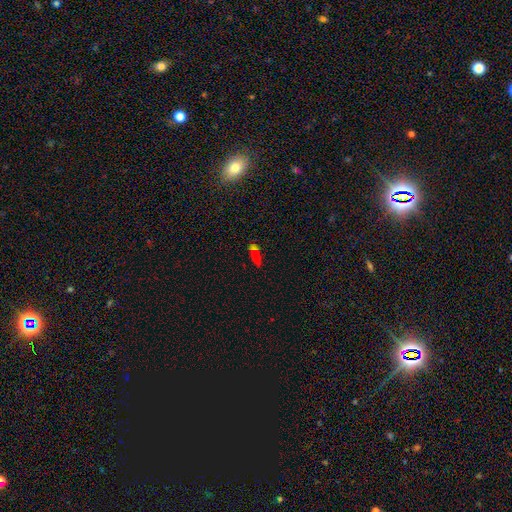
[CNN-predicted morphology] Smooth or featured? smooth (56%)
How rounded? in between (48%)
Merging? none (52%)